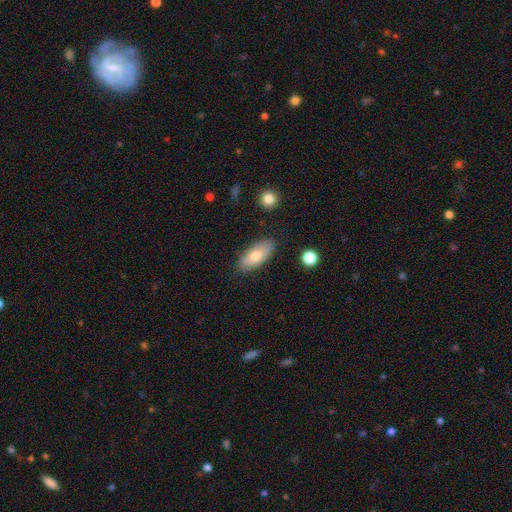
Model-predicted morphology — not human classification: Smooth or featured? Predicted: smooth (p=0.74). How rounded? Predicted: in between (p=0.84). Merging? Predicted: none (p=0.83).